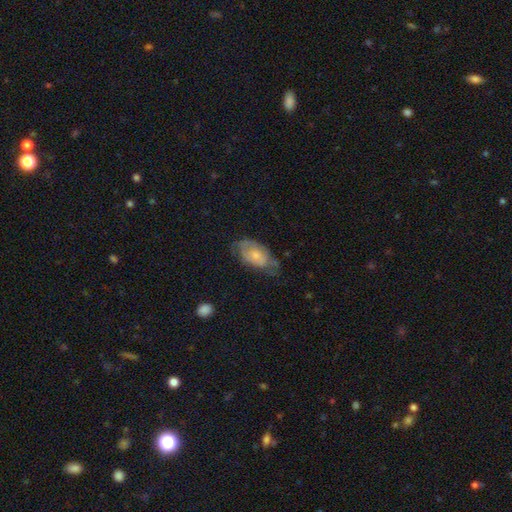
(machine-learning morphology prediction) type=smooth (52%); roundness=in between (91%); merging=none (46%).